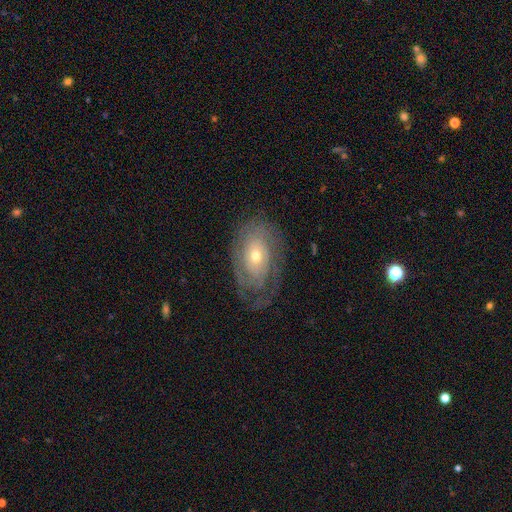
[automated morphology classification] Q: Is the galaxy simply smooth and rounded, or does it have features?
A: featured or disk — 74%.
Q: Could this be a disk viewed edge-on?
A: no — 94%.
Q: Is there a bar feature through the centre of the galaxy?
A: no — 77%.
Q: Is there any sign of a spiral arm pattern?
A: yes — 81%.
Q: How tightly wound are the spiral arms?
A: tight — 70%.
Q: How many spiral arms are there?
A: can't tell — 51%.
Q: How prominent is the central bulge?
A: small — 49%.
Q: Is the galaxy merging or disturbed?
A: none — 66%.